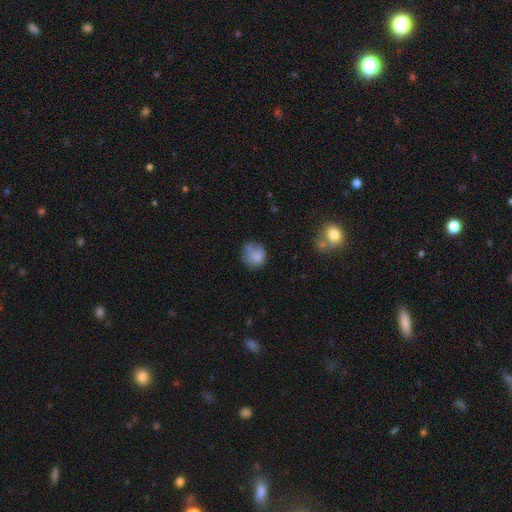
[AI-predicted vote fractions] The model was most divided on "merging": none: 52%, minor disturbance: 29%, major disturbance: 12%, merger: 6%. More confident: smooth or featured — smooth (78%); how rounded — round (77%).